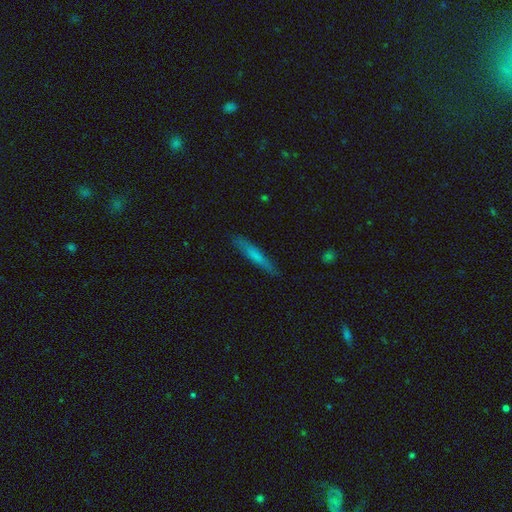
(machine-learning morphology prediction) smooth_or_featured: smooth (p=0.66) [alt: featured or disk p=0.28]
how_rounded: cigar-shaped (p=0.93) [alt: in between p=0.06]
merging: none (p=0.86) [alt: minor disturbance p=0.10]